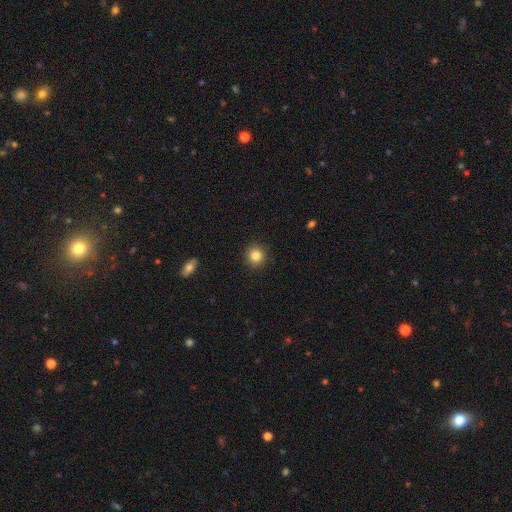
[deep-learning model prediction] smooth-or-featured: smooth: 85% | star or artifact: 10% | featured or disk: 5%
  how-rounded: round: 92% | in between: 7% | cigar-shaped: 1%
  merging: none: 92% | minor disturbance: 5% | major disturbance: 2% | merger: 1%